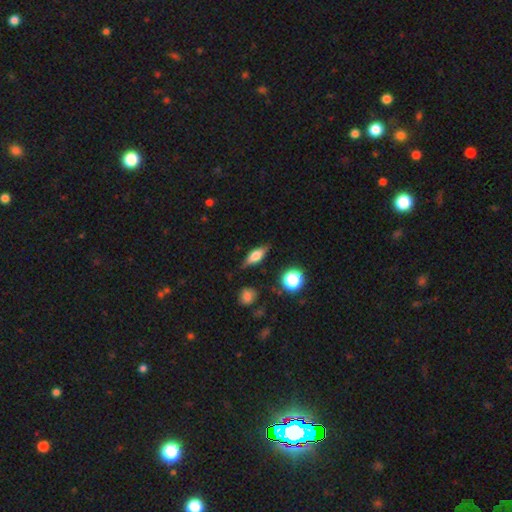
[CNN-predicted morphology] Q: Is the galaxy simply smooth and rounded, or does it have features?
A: smooth — 52%.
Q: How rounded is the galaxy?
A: in between — 56%.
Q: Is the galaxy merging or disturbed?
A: none — 81%.